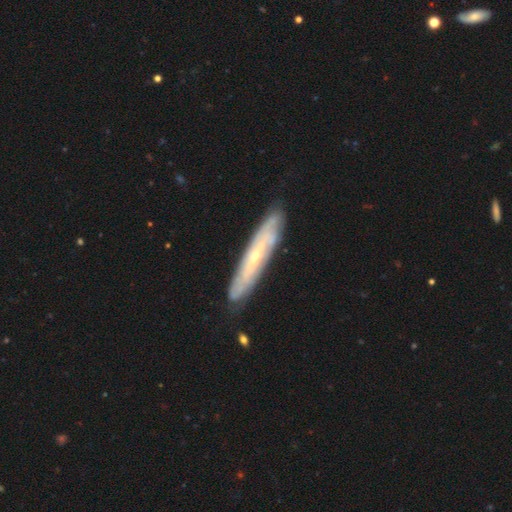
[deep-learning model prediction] This appears to be a featured or disk galaxy (73%). Merging: none (84%).